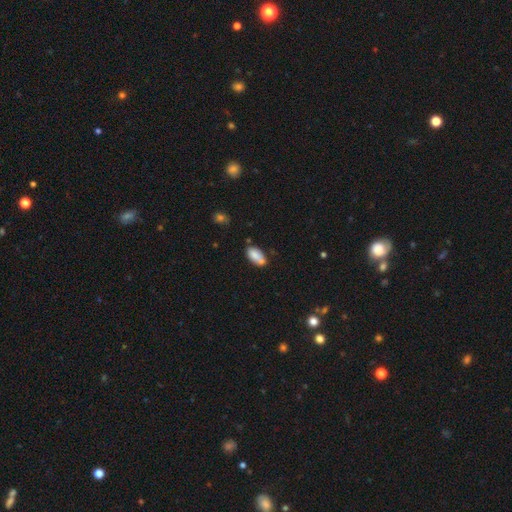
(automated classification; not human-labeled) Morphology: type=smooth (81%); roundness=in between (91%); merging=none (56%).